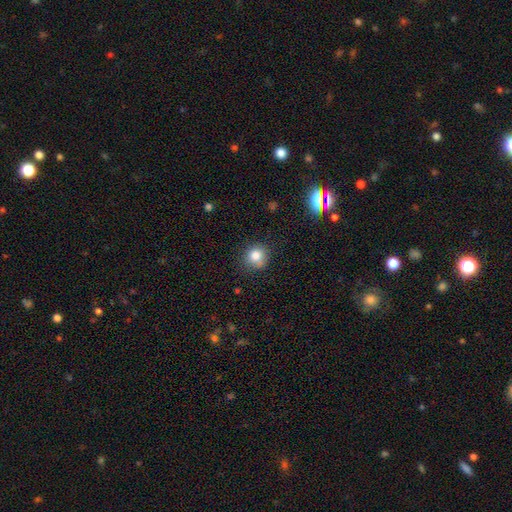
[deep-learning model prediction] Smooth or featured?
  - smooth: 81% *
  - star or artifact: 12%
  - featured or disk: 7%
How rounded?
  - round: 88% *
  - in between: 11%
  - cigar-shaped: 1%
Merging?
  - none: 77% *
  - minor disturbance: 16%
  - major disturbance: 4%
  - merger: 3%